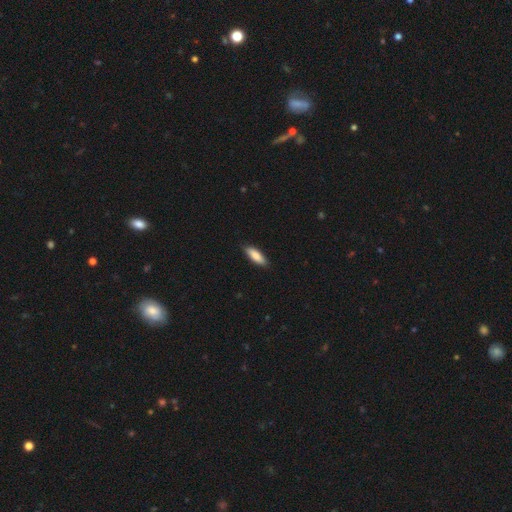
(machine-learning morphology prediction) smooth 84%, featured or disk 11%, star or artifact 6%. Down the decision tree: how rounded — in between (60%); merging — none (87%).